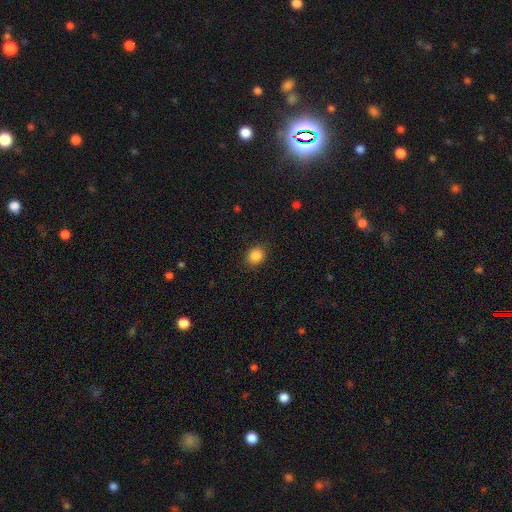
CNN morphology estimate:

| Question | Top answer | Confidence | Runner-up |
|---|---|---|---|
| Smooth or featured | smooth | 86% | star or artifact (10%) |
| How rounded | round | 61% | in between (38%) |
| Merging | none | 88% | minor disturbance (8%) |